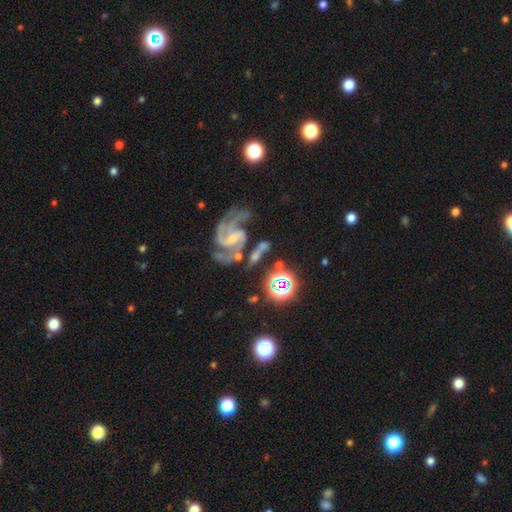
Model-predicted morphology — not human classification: This is likely a featured or disk galaxy (79%). It is clearly not viewed edge-on (96%). Bar: marginally weak (41%). Spiral arm pattern: clearly yes (95%). Spiral arm count: possibly 2 (58%). Spiral winding: possibly medium (53%). Central bulge: likely small (63%). Merging: possibly none (45%).